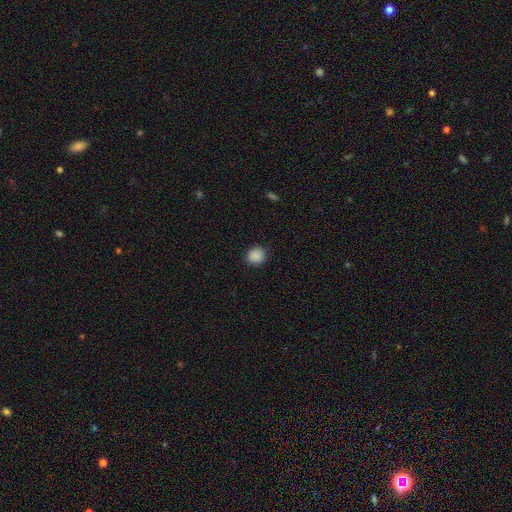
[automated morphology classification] smooth_or_featured: smooth (p=0.88) [alt: star or artifact p=0.09]
how_rounded: round (p=0.87) [alt: in between p=0.12]
merging: none (p=0.91) [alt: minor disturbance p=0.06]